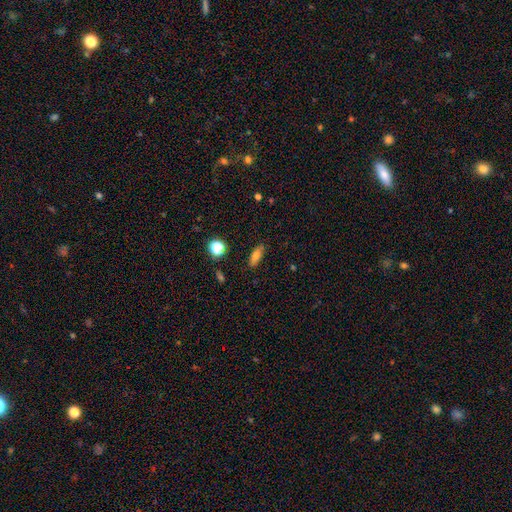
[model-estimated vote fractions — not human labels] A smooth galaxy with no disk features (74%) that is in between round and cigar-shaped (66%). Merging: none (86%).